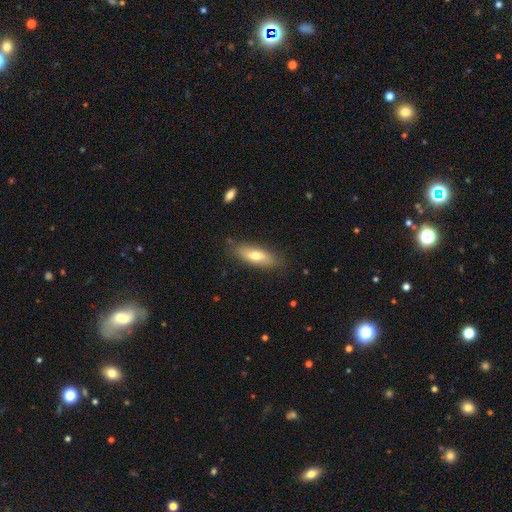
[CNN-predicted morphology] Q: Smooth or featured?
A: smooth (67%); runner-up: featured or disk (26%)
Q: How rounded?
A: in between (58%); runner-up: cigar-shaped (39%)
Q: Merging?
A: none (83%); runner-up: minor disturbance (13%)